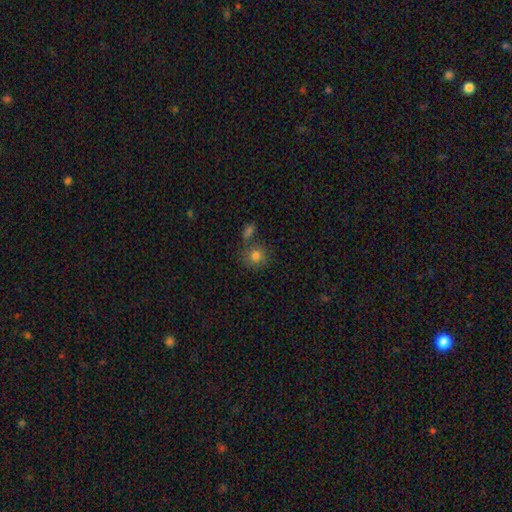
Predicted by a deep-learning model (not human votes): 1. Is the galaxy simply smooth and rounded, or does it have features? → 79% smooth, 11% featured or disk, 11% star or artifact.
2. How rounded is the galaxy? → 84% round, 15% in between, 1% cigar-shaped.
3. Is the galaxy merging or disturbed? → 63% none, 18% merger, 14% minor disturbance, 6% major disturbance.